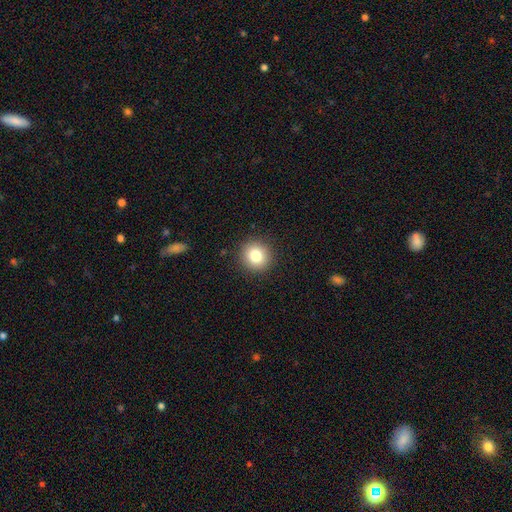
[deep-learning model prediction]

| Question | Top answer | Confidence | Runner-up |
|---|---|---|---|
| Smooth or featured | smooth | 80% | star or artifact (11%) |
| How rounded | round | 92% | in between (7%) |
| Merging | none | 91% | minor disturbance (6%) |